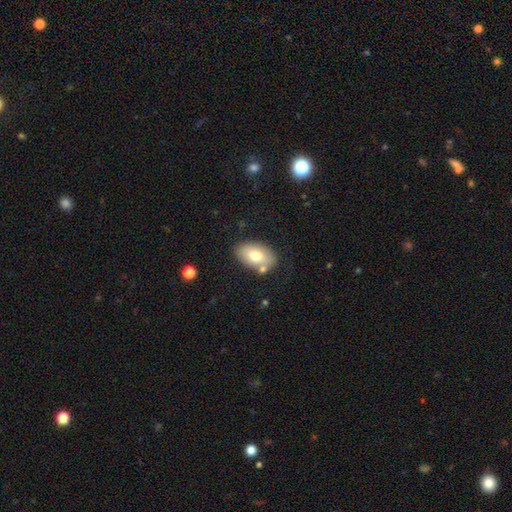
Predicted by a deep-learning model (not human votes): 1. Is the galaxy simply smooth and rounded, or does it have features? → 71% smooth, 21% featured or disk, 8% star or artifact.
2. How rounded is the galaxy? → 90% in between, 8% round, 1% cigar-shaped.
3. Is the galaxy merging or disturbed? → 74% none, 14% minor disturbance, 9% merger, 3% major disturbance.